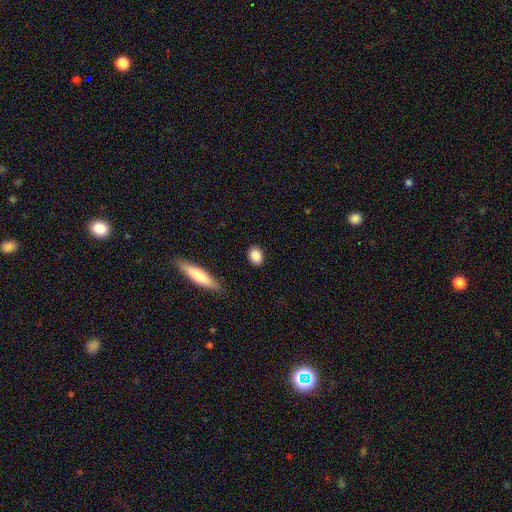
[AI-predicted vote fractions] A smooth galaxy with no disk features (88%) that is in between round and cigar-shaped (63%).

Vote fractions:
- Smooth or featured? smooth: 88% / star or artifact: 7% / featured or disk: 5%
- How rounded? in between: 63% / round: 33% / cigar-shaped: 3%
- Merging? none: 87% / minor disturbance: 9% / major disturbance: 2% / merger: 1%